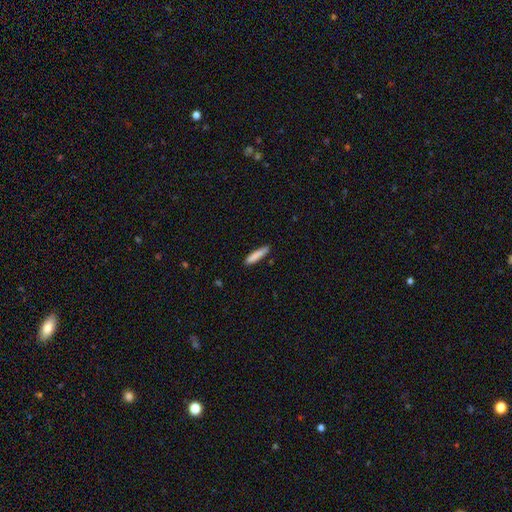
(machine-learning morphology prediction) This is clearly a smooth galaxy (84%). How rounded: clearly cigar-shaped (87%). Merging: clearly none (81%).